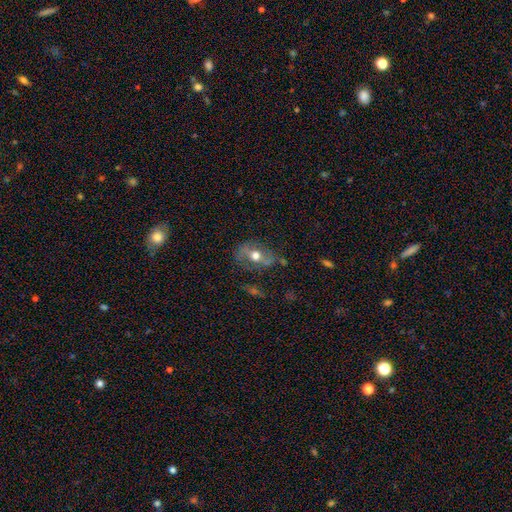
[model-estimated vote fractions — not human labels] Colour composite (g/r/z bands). It shows a featured or disk galaxy (48%). Merging: none (63%).